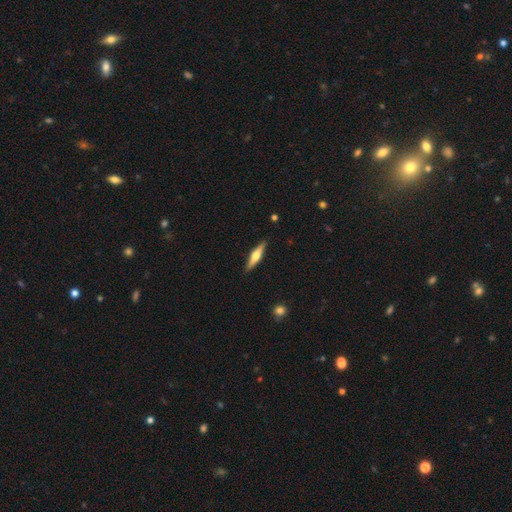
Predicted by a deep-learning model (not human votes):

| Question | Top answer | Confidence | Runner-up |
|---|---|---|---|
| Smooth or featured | featured or disk | 57% | smooth (38%) |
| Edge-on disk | yes | 96% | no (4%) |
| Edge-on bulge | rounded | 91% | boxy (5%) |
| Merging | none | 90% | minor disturbance (7%) |